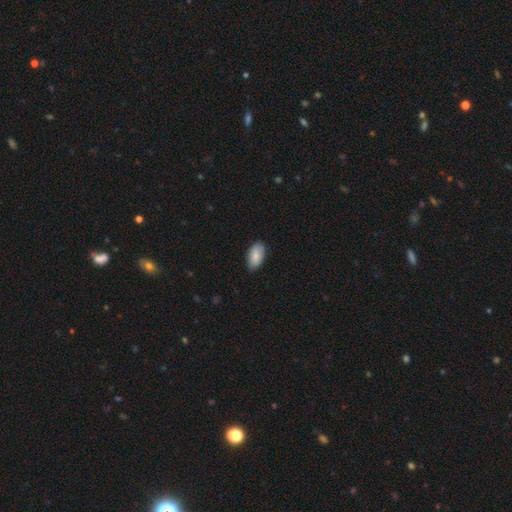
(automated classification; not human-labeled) smooth-or-featured: smooth: 84% | featured or disk: 10% | star or artifact: 6%
  how-rounded: in between: 94% | cigar-shaped: 3% | round: 3%
  merging: none: 83% | minor disturbance: 14% | major disturbance: 2% | merger: 1%